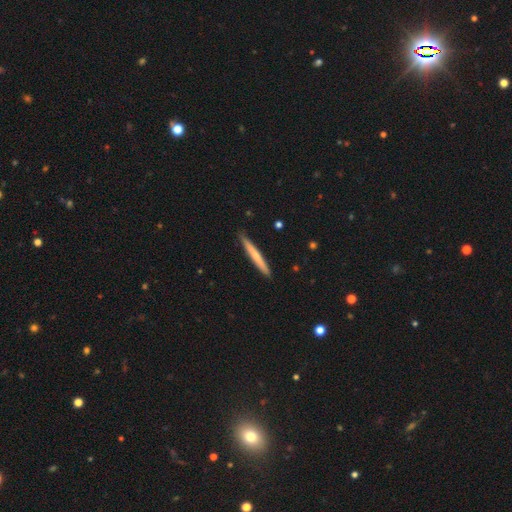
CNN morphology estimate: The model was most divided on "smooth or featured": smooth: 56%, featured or disk: 39%, star or artifact: 5%. More confident: how rounded — cigar-shaped (96%); merging — none (91%).